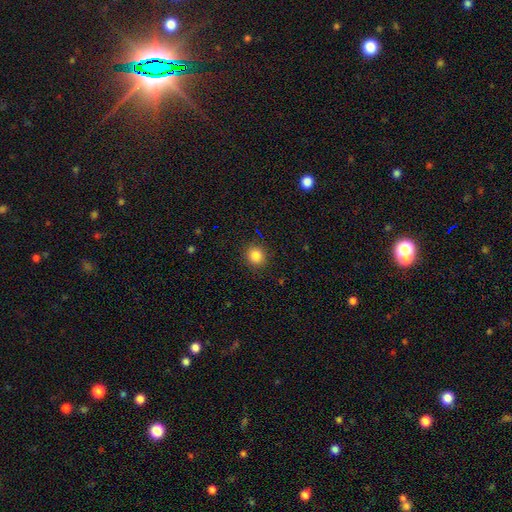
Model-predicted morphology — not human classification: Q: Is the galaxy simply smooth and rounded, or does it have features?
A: smooth — 85%.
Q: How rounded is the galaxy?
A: round — 89%.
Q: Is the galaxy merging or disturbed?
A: none — 90%.